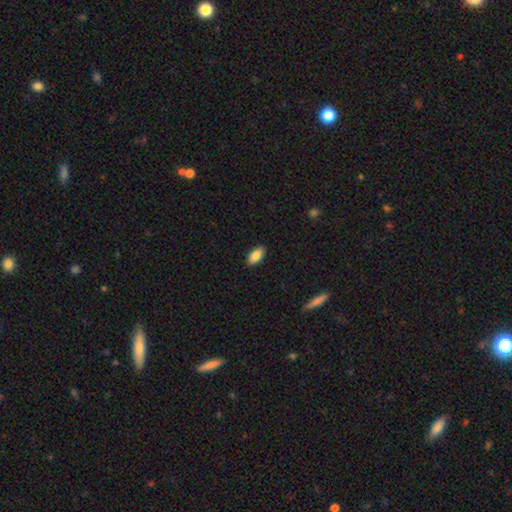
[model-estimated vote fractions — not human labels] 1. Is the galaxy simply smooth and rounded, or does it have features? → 83% smooth, 10% featured or disk, 7% star or artifact.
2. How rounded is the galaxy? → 89% in between, 8% cigar-shaped, 2% round.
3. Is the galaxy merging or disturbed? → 90% none, 8% minor disturbance, 2% major disturbance, 1% merger.